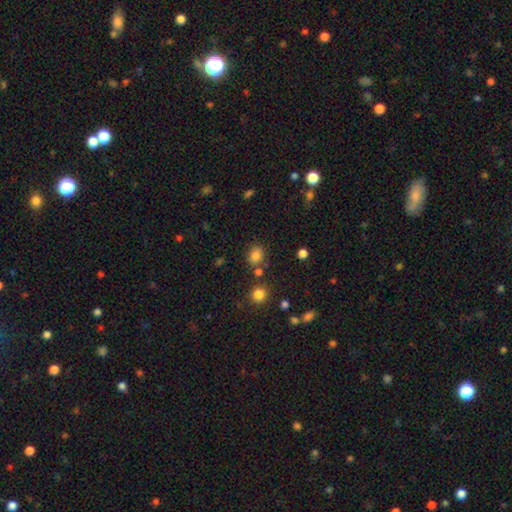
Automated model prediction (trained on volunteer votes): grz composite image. It shows a smooth galaxy with no disk features (81%) that is in between round and cigar-shaped (56%). Merging: none (73%).